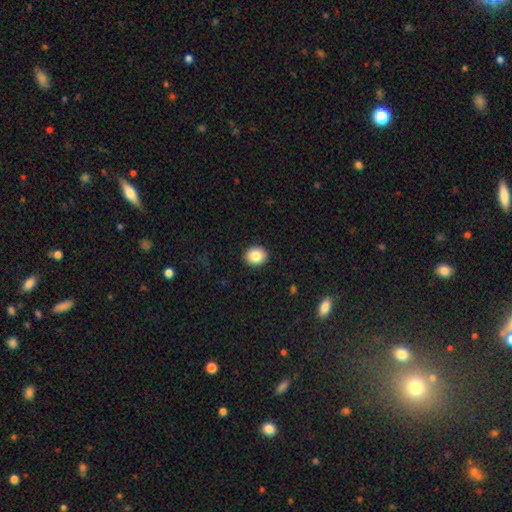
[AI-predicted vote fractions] The model was most divided on "how rounded": round: 74%, in between: 25%, cigar-shaped: 1%. More confident: merging — none (92%); smooth or featured — smooth (85%).